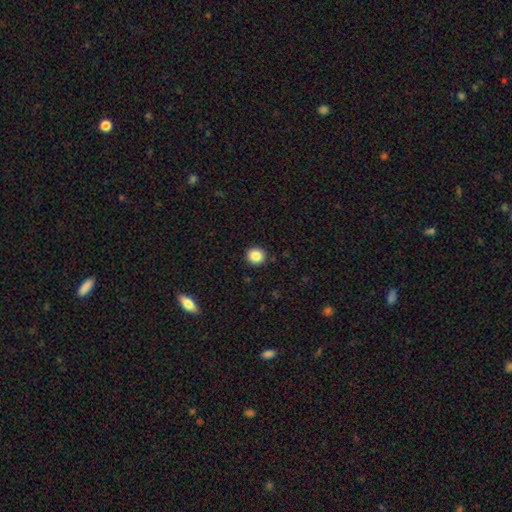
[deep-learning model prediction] smooth-or-featured: smooth: 87% | star or artifact: 9% | featured or disk: 4%
  how-rounded: round: 90% | in between: 9% | cigar-shaped: 1%
  merging: none: 92% | minor disturbance: 6% | major disturbance: 2% | merger: 1%